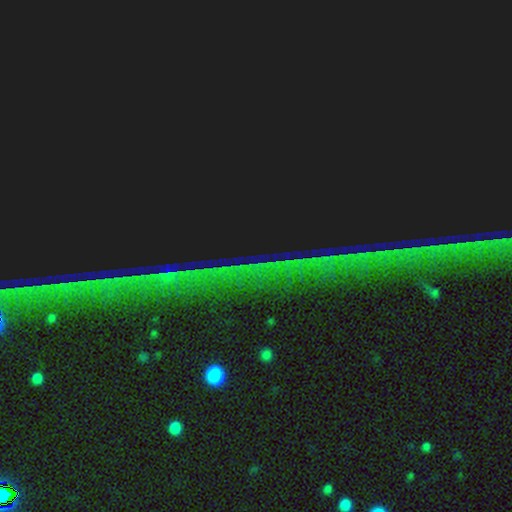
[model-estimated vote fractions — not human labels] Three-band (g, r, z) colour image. It shows a star or artifact, not a galaxy (85%).